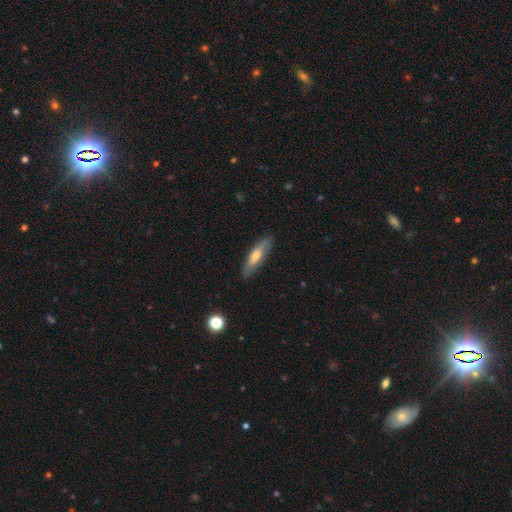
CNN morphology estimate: This appears to be a smooth galaxy with no disk features (57%) that is cigar-shaped (64%). Merging: none (83%).